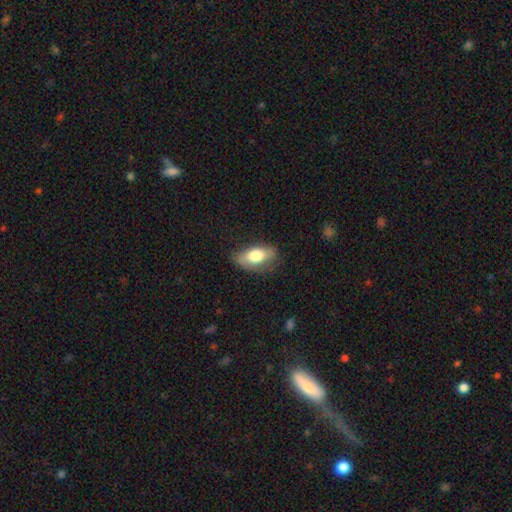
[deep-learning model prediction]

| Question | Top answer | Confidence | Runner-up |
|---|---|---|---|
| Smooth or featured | smooth | 73% | featured or disk (21%) |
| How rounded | in between | 87% | cigar-shaped (8%) |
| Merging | none | 72% | minor disturbance (21%) |